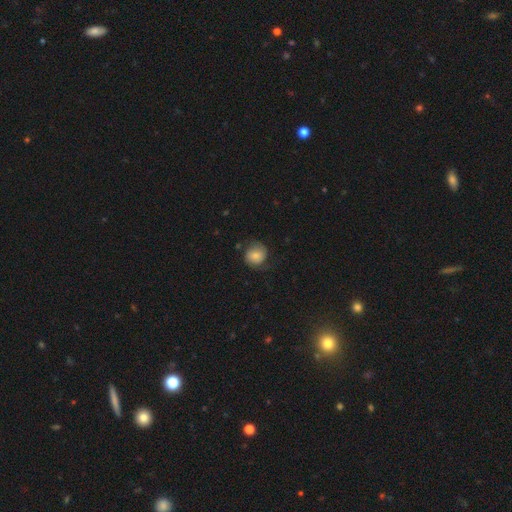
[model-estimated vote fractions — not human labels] Overall: smooth (69%). How rounded: round (83%). Merging: none (64%).